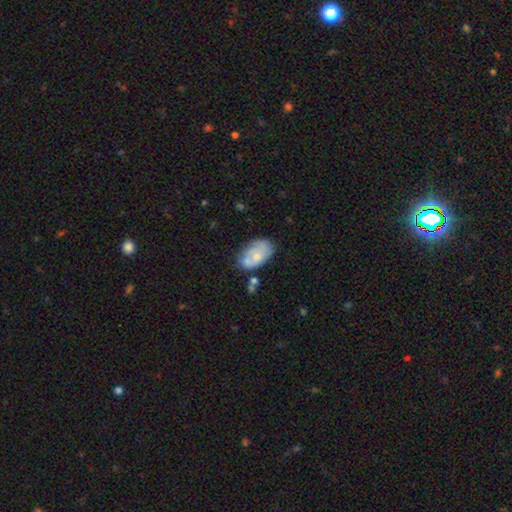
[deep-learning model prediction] Smooth or featured? Predicted: smooth (p=0.54). How rounded? Predicted: in between (p=0.90). Merging? Predicted: none (p=0.48).